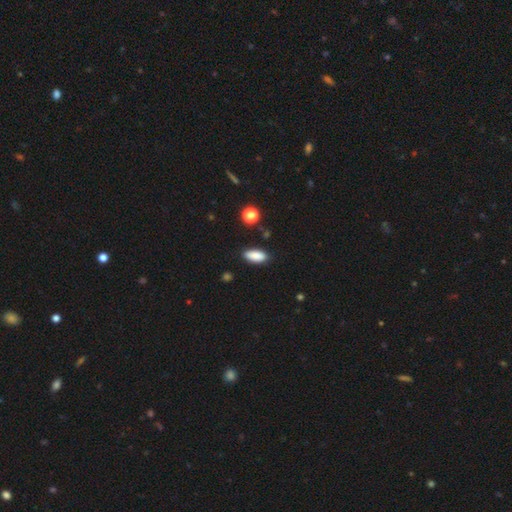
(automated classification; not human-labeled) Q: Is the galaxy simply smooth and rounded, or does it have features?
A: smooth — 88%.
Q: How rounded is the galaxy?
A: in between — 82%.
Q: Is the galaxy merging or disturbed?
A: none — 85%.